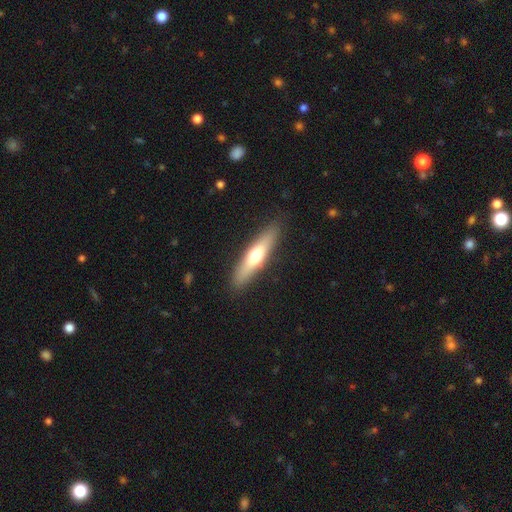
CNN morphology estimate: Smooth or featured?
  - smooth: 56% *
  - featured or disk: 39%
  - star or artifact: 6%
How rounded?
  - cigar-shaped: 77% *
  - in between: 21%
  - round: 2%
Merging?
  - none: 89% *
  - minor disturbance: 8%
  - major disturbance: 2%
  - merger: 1%